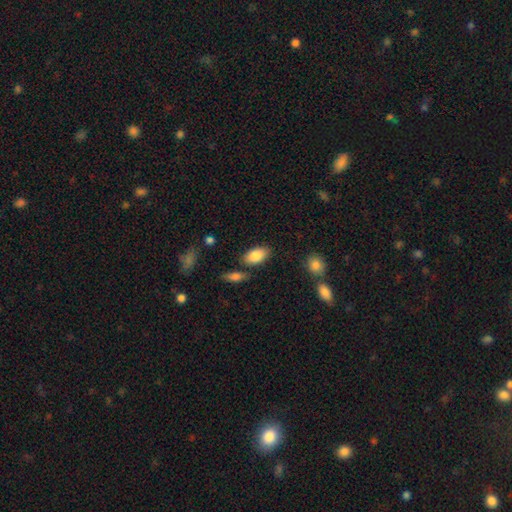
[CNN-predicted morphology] Smooth or featured?
  - smooth: 85% *
  - featured or disk: 8%
  - star or artifact: 7%
How rounded?
  - in between: 93% *
  - round: 4%
  - cigar-shaped: 3%
Merging?
  - none: 79% *
  - minor disturbance: 11%
  - merger: 7%
  - major disturbance: 3%